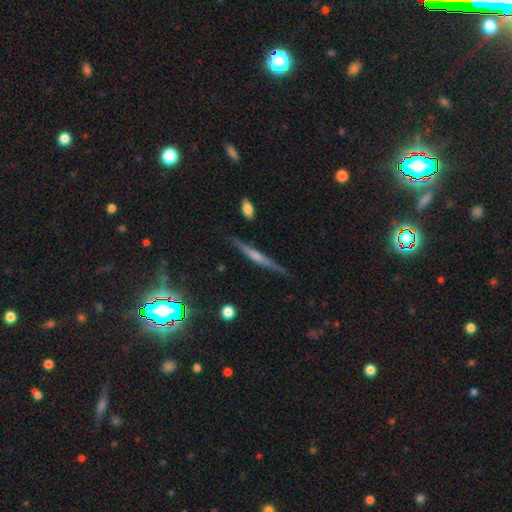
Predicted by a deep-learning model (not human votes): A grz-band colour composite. It shows a featured or disk galaxy (63%) viewed edge-on (96%) with a rounded central bulge (44%). Merging: none (85%).